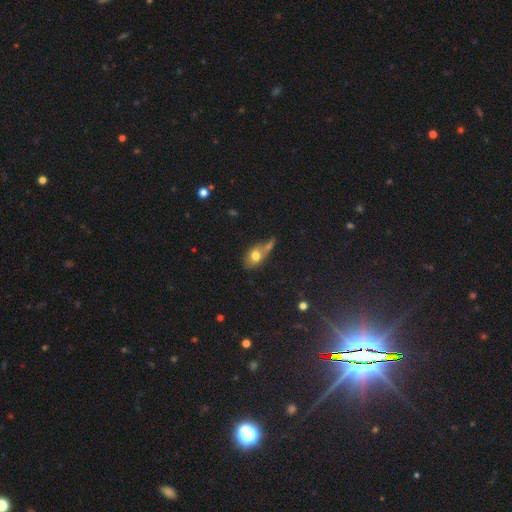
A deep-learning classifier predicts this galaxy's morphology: This appears to be a smooth galaxy with no disk features (71%) that is in between round and cigar-shaped (73%). Merging: merger (36%).